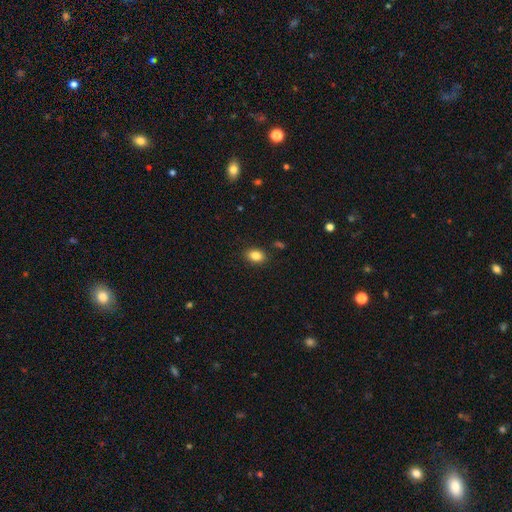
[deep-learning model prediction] This is clearly a smooth galaxy (84%). How rounded: likely in between (75%). Merging: clearly none (88%).